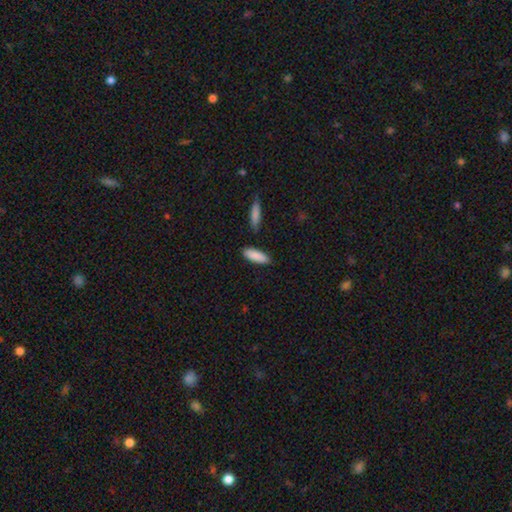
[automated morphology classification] A smooth galaxy with no disk features (88%) that is in between round and cigar-shaped (59%). Merging: none (81%).